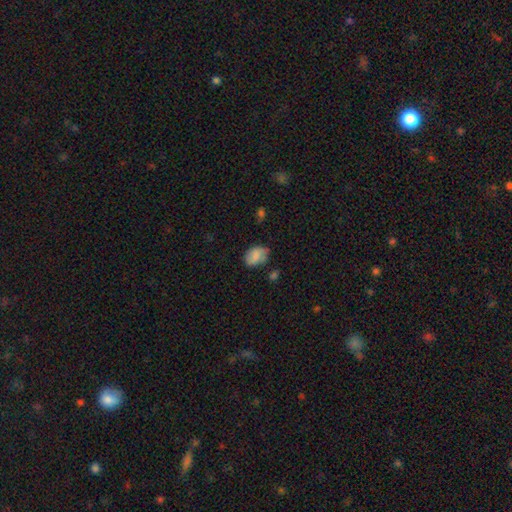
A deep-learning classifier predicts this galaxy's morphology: smooth-or-featured: smooth: 76% | featured or disk: 15% | star or artifact: 8%
  how-rounded: in between: 73% | round: 26% | cigar-shaped: 1%
  merging: none: 63% | minor disturbance: 27% | major disturbance: 7% | merger: 3%